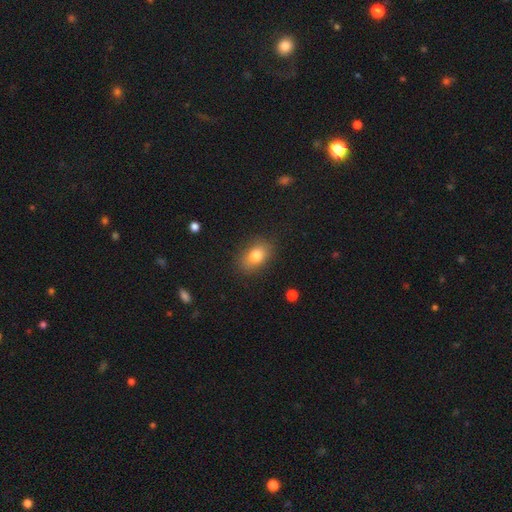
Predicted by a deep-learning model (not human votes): smooth_or_featured: smooth (p=0.79) [alt: featured or disk p=0.11]
how_rounded: in between (p=0.79) [alt: round p=0.20]
merging: none (p=0.84) [alt: minor disturbance p=0.11]